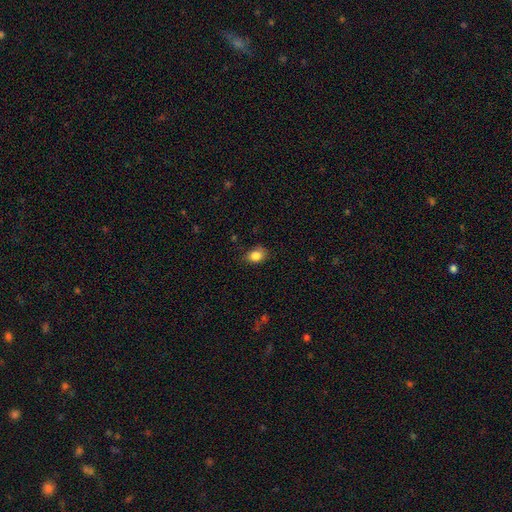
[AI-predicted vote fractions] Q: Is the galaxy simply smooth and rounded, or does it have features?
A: smooth — 85%.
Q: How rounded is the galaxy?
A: in between — 61%.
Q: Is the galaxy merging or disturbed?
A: none — 71%.